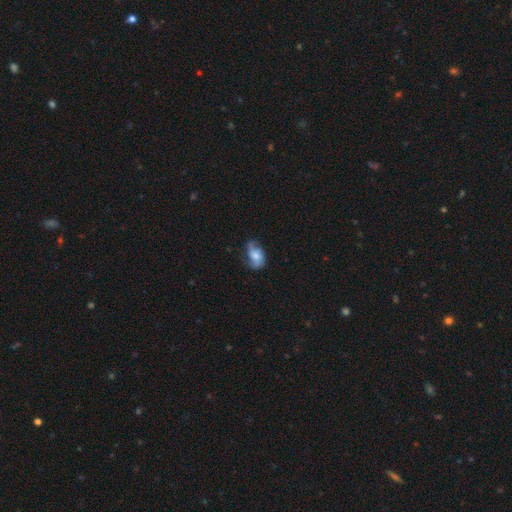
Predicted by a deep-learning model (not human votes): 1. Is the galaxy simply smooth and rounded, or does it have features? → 52% featured or disk, 40% smooth, 8% star or artifact.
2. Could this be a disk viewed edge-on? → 95% no, 5% yes.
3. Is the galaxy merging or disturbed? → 52% none, 29% minor disturbance, 17% major disturbance, 2% merger.